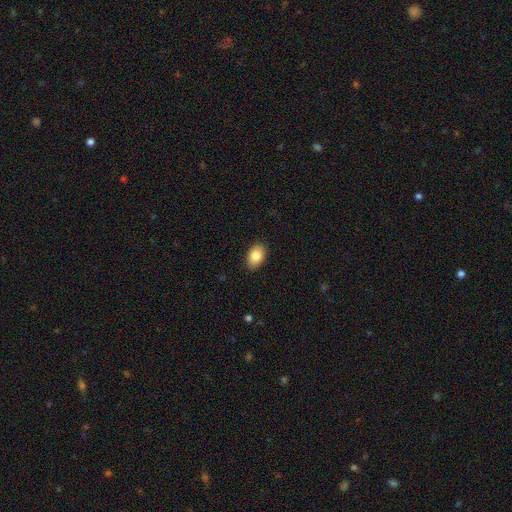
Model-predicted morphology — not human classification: This is clearly a smooth galaxy (85%). How rounded: clearly in between (88%). Merging: clearly none (88%).